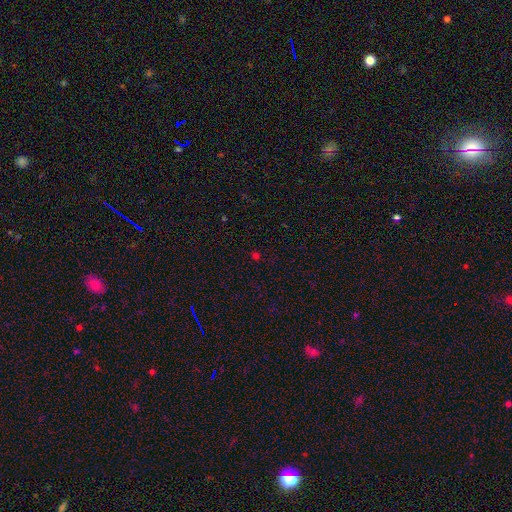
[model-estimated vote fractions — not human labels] A star or artifact, not a galaxy (48%).

Vote fractions:
- Smooth or featured? star or artifact: 48% / smooth: 46% / featured or disk: 6%